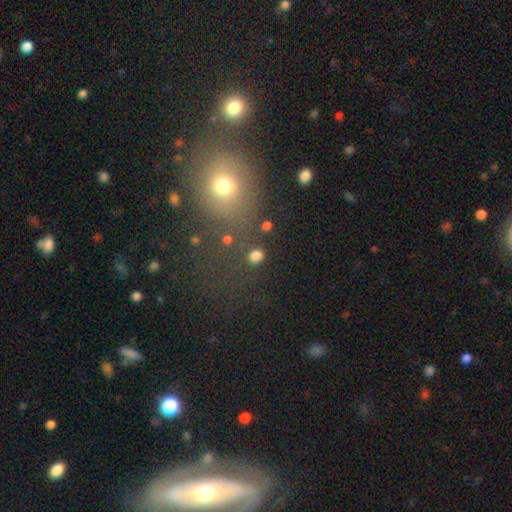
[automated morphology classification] Smooth or featured?
  - smooth: 80% *
  - star or artifact: 15%
  - featured or disk: 5%
How rounded?
  - round: 70% *
  - in between: 29%
  - cigar-shaped: 1%
Merging?
  - none: 81% *
  - minor disturbance: 9%
  - merger: 5%
  - major disturbance: 4%